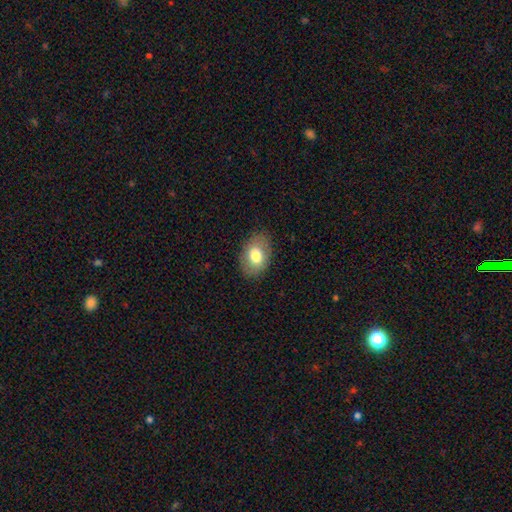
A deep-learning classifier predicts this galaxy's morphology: smooth-or-featured: smooth: 75% | featured or disk: 17% | star or artifact: 8%
  how-rounded: in between: 83% | round: 16% | cigar-shaped: 1%
  merging: none: 84% | minor disturbance: 12% | major disturbance: 3% | merger: 1%